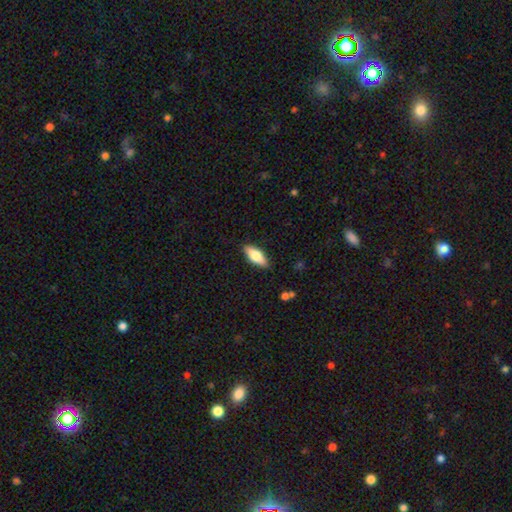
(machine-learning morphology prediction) smooth_or_featured: smooth (p=0.72) [alt: featured or disk p=0.22]
how_rounded: in between (p=0.73) [alt: cigar-shaped p=0.25]
merging: none (p=0.87) [alt: minor disturbance p=0.10]